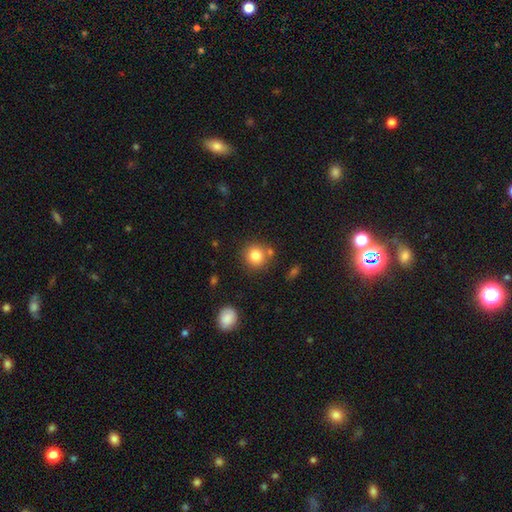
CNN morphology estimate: Smooth or featured?
  - smooth: 83% *
  - star or artifact: 10%
  - featured or disk: 7%
How rounded?
  - round: 91% *
  - in between: 8%
  - cigar-shaped: 1%
Merging?
  - none: 77% *
  - merger: 11%
  - minor disturbance: 9%
  - major disturbance: 3%